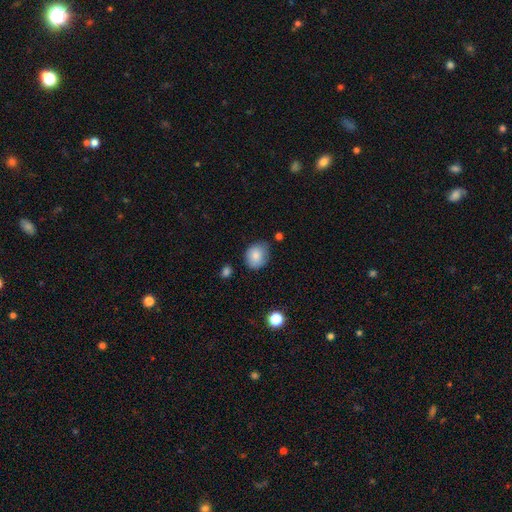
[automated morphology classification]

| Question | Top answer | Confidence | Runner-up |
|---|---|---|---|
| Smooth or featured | smooth | 83% | featured or disk (9%) |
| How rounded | round | 56% | in between (43%) |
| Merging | none | 66% | minor disturbance (26%) |